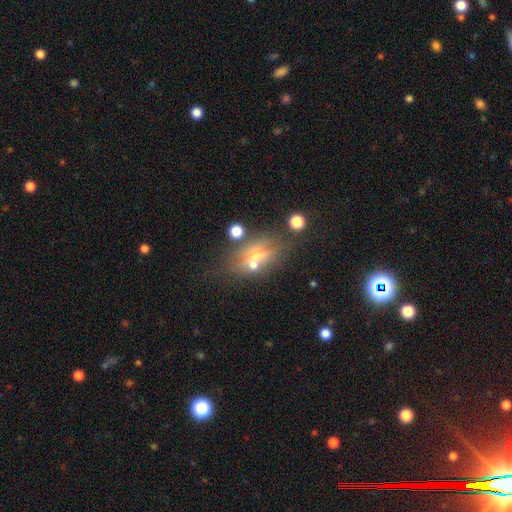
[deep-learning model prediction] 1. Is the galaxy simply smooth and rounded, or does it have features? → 45% smooth, 38% featured or disk, 18% star or artifact.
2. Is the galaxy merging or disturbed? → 52% none, 20% merger, 17% minor disturbance, 11% major disturbance.